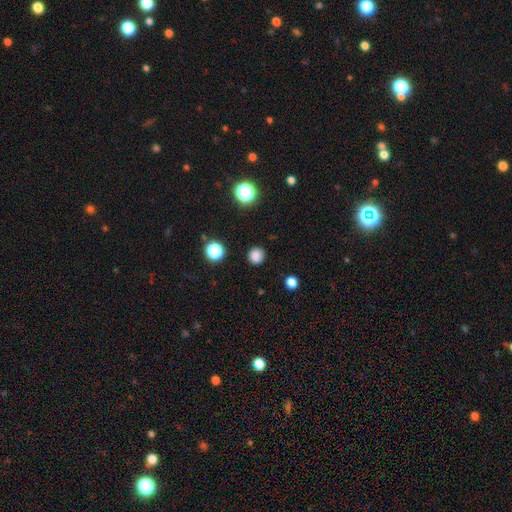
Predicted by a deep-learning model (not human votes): Smooth or featured?
  - smooth: 83% *
  - star or artifact: 14%
  - featured or disk: 3%
How rounded?
  - round: 93% *
  - in between: 6%
  - cigar-shaped: 1%
Merging?
  - none: 90% *
  - minor disturbance: 6%
  - major disturbance: 2%
  - merger: 1%